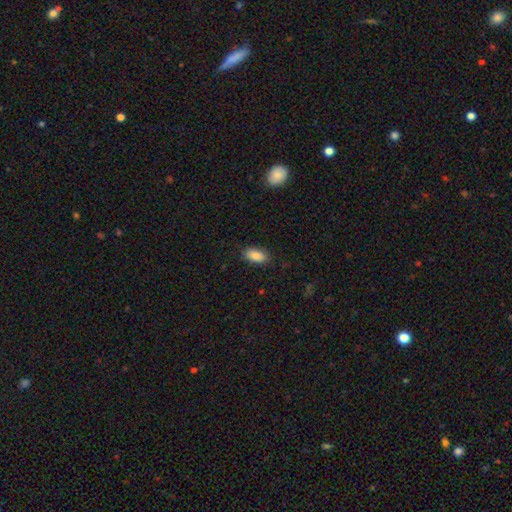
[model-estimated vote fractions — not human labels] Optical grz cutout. It shows a smooth galaxy with no disk features (87%) that is in between round and cigar-shaped (92%). Merging: none (86%).